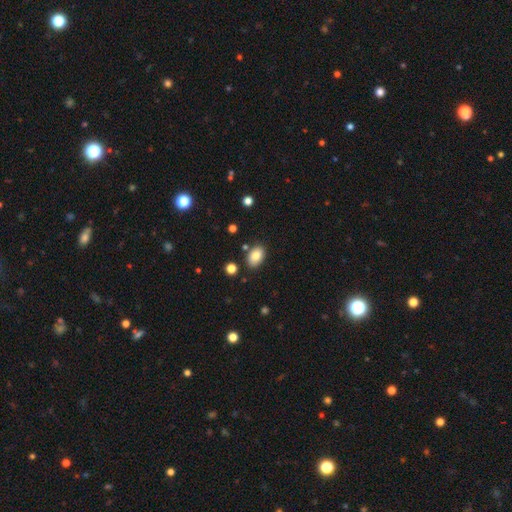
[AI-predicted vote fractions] Smooth or featured? smooth (82%)
How rounded? in between (87%)
Merging? none (82%)